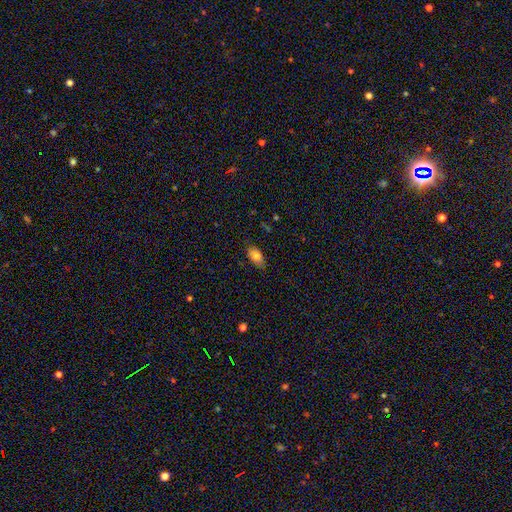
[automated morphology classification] Smooth or featured?
  - smooth: 80% *
  - featured or disk: 11%
  - star or artifact: 9%
How rounded?
  - in between: 89% *
  - round: 7%
  - cigar-shaped: 4%
Merging?
  - none: 79% *
  - minor disturbance: 17%
  - major disturbance: 3%
  - merger: 1%